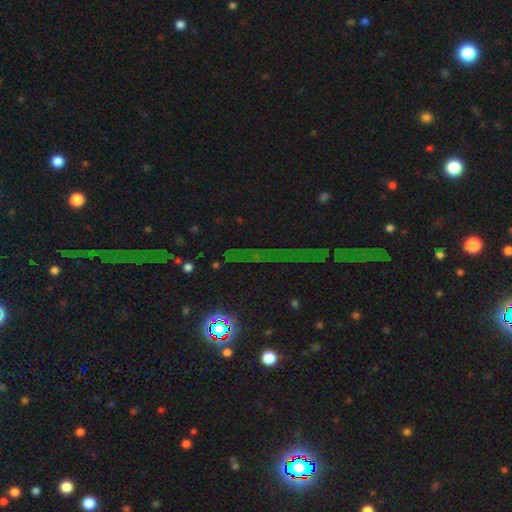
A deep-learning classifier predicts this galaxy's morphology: smooth_or_featured: star or artifact (p=0.80) [alt: featured or disk p=0.11]